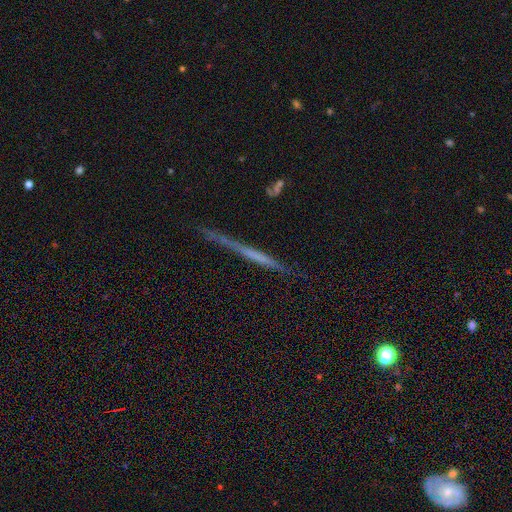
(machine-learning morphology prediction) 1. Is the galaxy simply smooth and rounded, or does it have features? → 52% featured or disk, 38% smooth, 10% star or artifact.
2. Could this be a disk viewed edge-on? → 95% yes, 5% no.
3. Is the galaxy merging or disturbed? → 78% none, 15% minor disturbance, 4% major disturbance, 3% merger.